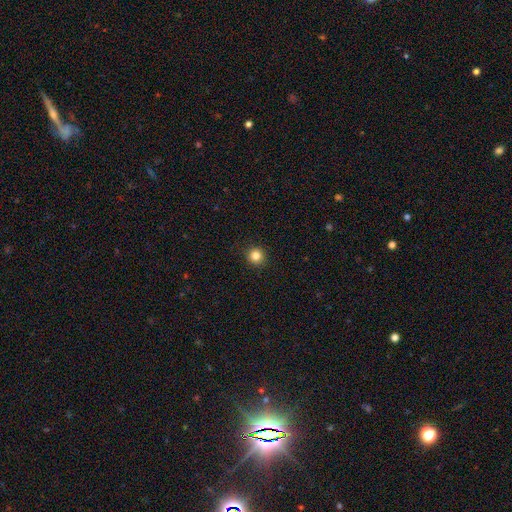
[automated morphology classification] smooth_or_featured: smooth (p=0.84) [alt: star or artifact p=0.12]
how_rounded: round (p=0.94) [alt: in between p=0.05]
merging: none (p=0.92) [alt: minor disturbance p=0.06]